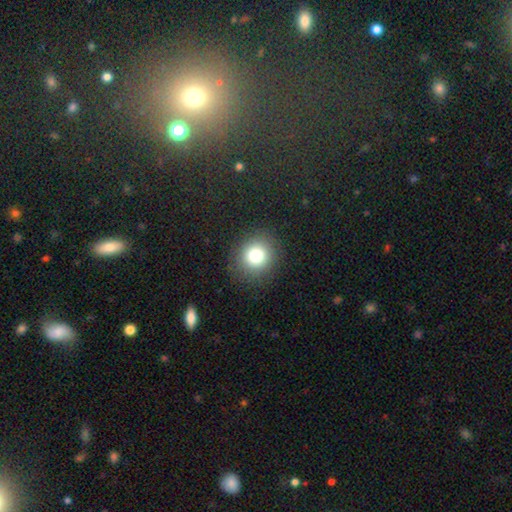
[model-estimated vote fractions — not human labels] A smooth galaxy with no disk features (79%) that is round (87%). Merging: none (89%).